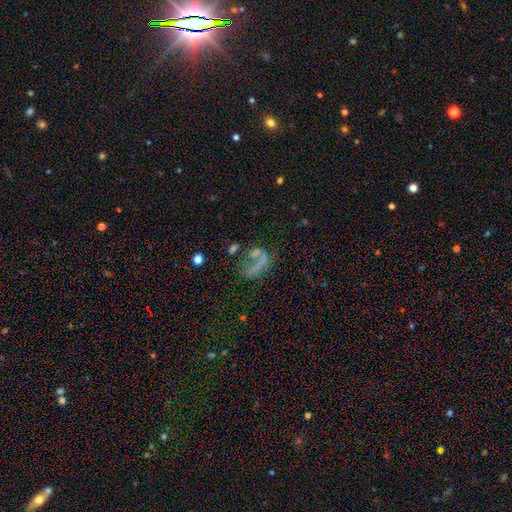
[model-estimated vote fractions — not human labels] This is marginally a featured or disk galaxy (39%). Merging: marginally major disturbance (37%).